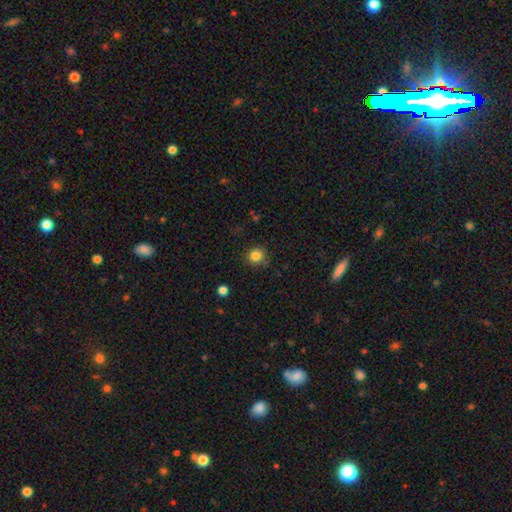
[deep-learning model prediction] Morphology: type=smooth (83%); roundness=round (91%); merging=none (85%).